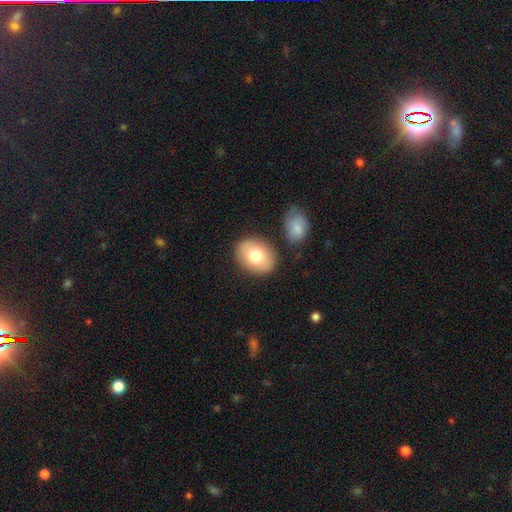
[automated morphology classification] Q: Smooth or featured?
A: smooth (76%); runner-up: featured or disk (18%)
Q: How rounded?
A: in between (65%); runner-up: round (34%)
Q: Merging?
A: none (79%); runner-up: minor disturbance (11%)